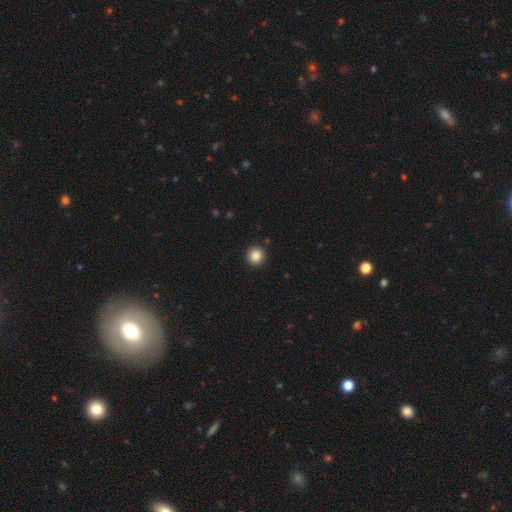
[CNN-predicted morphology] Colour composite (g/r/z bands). It shows a smooth galaxy with no disk features (87%) that is round (95%). Merging: none (93%).